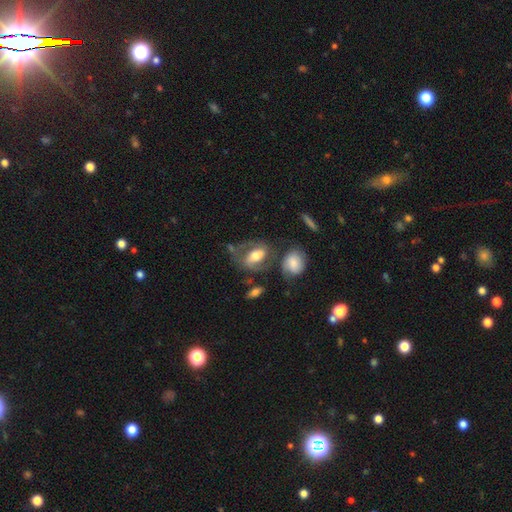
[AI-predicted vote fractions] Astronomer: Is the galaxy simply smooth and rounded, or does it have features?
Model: featured or disk — 60%.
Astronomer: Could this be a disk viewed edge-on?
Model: no — 94%.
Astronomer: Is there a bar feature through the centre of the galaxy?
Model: strong — 35% (runner-up: weak, 34%).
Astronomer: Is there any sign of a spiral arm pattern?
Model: yes — 75%.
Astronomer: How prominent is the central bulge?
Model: moderate — 57%.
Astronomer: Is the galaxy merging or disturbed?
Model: none — 49%.